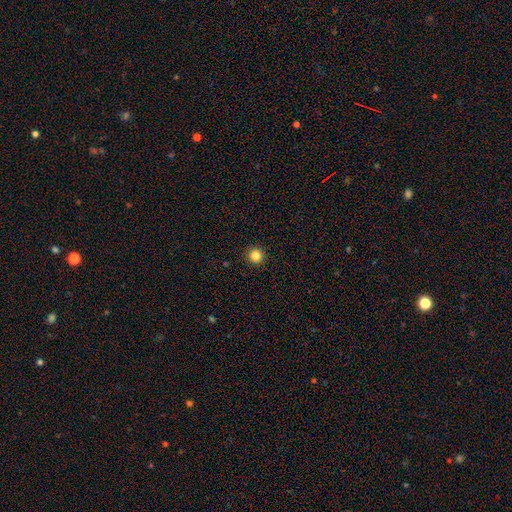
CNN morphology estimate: A smooth galaxy with no disk features (84%) that is round (96%).

Vote fractions:
- Smooth or featured? smooth: 84% / star or artifact: 11% / featured or disk: 4%
- How rounded? round: 96% / in between: 3% / cigar-shaped: 1%
- Merging? none: 93% / minor disturbance: 4% / major disturbance: 1% / merger: 1%